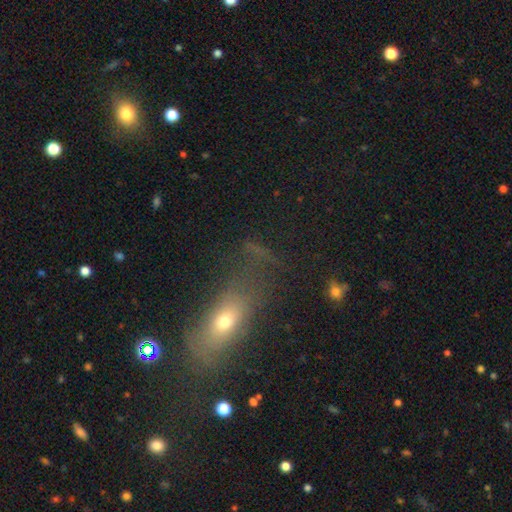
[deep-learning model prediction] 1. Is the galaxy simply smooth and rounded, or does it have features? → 49% smooth, 27% star or artifact, 24% featured or disk.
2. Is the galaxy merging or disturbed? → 52% none, 23% major disturbance, 19% minor disturbance, 6% merger.